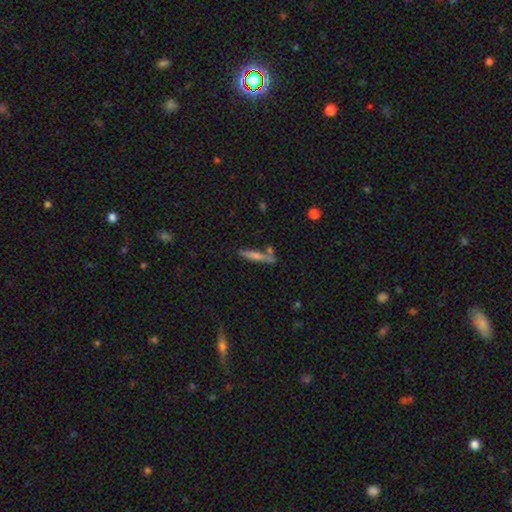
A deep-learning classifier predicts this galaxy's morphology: Smooth or featured? featured or disk (46%)
Merging? none (72%)